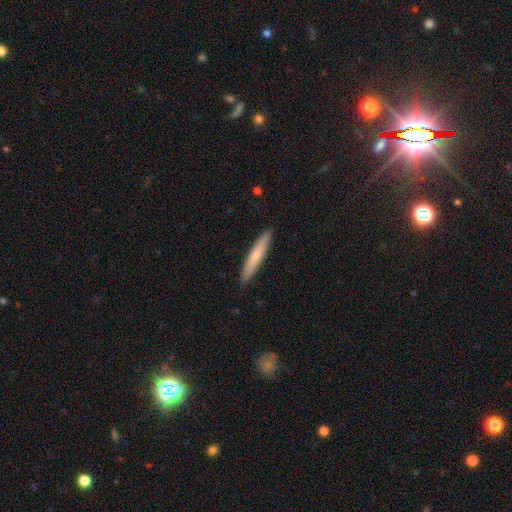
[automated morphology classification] Smooth or featured? Predicted: smooth (p=0.71). How rounded? Predicted: cigar-shaped (p=0.94). Merging? Predicted: none (p=0.92).